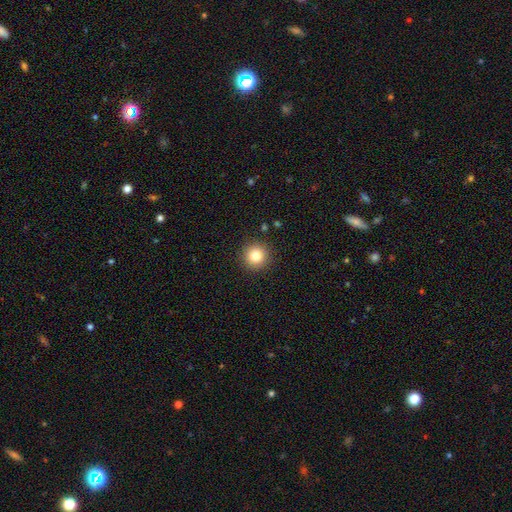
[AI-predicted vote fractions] The model was most divided on "smooth or featured": smooth: 81%, star or artifact: 11%, featured or disk: 7%. More confident: how rounded — round (95%); merging — none (91%).